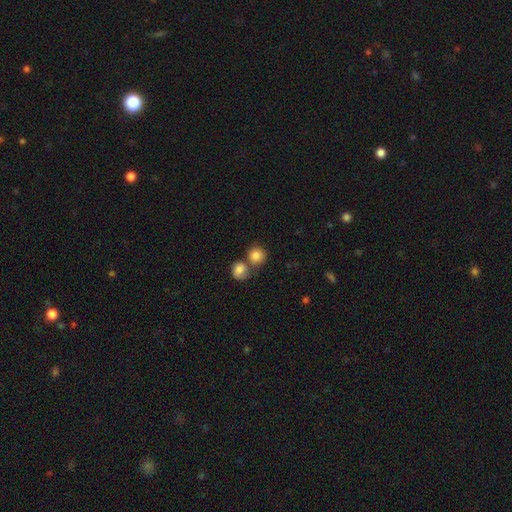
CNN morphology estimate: smooth-or-featured: smooth: 85% | star or artifact: 8% | featured or disk: 7%
  how-rounded: round: 86% | in between: 13% | cigar-shaped: 1%
  merging: none: 50% | merger: 39% | minor disturbance: 8% | major disturbance: 3%